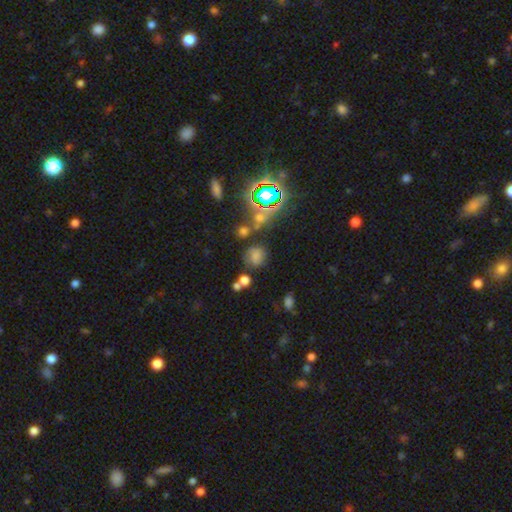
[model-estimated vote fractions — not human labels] Smooth or featured: smooth — 58% (star or artifact — 27%)
How rounded: round — 74% (in between — 24%)
Merging: none — 63% (minor disturbance — 17%)